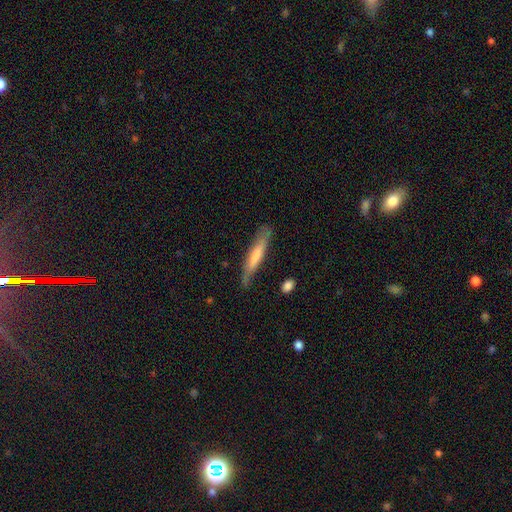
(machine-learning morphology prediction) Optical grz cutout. It shows a smooth galaxy with no disk features (57%) that is cigar-shaped (90%). Merging: none (73%).